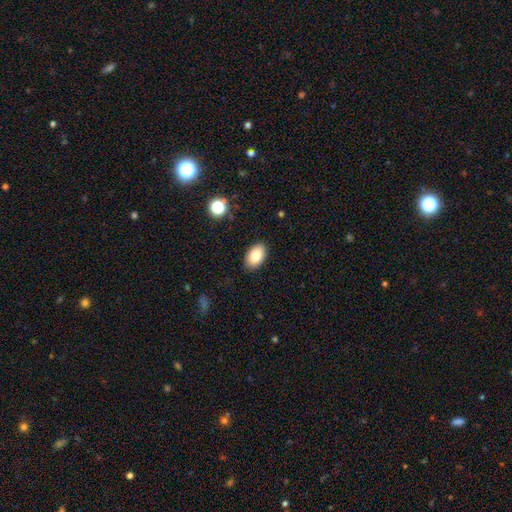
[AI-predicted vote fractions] Smooth or featured? Predicted: smooth (p=0.86). How rounded? Predicted: in between (p=0.92). Merging? Predicted: none (p=0.88).